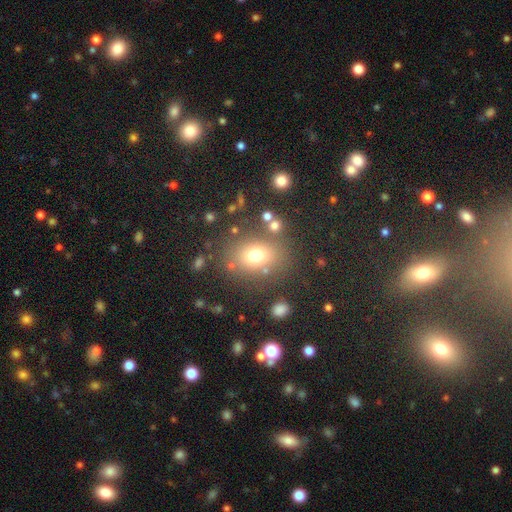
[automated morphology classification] A smooth galaxy with no disk features (71%) that is round (53%).

Vote fractions:
- Smooth or featured? smooth: 71% / star or artifact: 16% / featured or disk: 13%
- How rounded? round: 53% / in between: 46% / cigar-shaped: 1%
- Merging? none: 74% / minor disturbance: 12% / merger: 7% / major disturbance: 7%